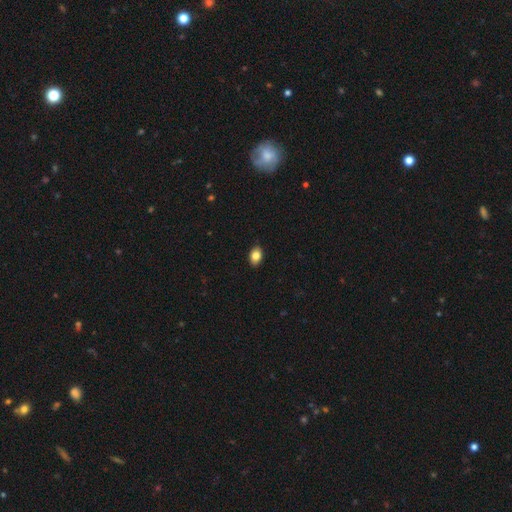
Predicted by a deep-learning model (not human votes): smooth-or-featured: smooth: 84% | star or artifact: 8% | featured or disk: 8%
  how-rounded: in between: 84% | round: 15% | cigar-shaped: 1%
  merging: none: 89% | minor disturbance: 9% | major disturbance: 2% | merger: 1%